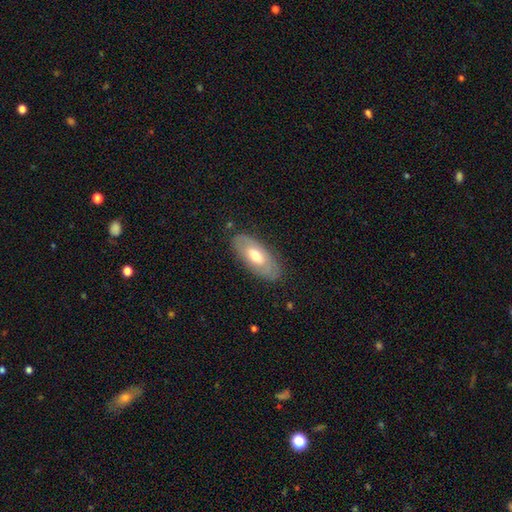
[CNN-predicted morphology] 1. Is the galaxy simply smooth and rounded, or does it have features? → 52% smooth, 42% featured or disk, 6% star or artifact.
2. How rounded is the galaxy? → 88% in between, 10% cigar-shaped, 3% round.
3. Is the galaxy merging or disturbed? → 82% none, 14% minor disturbance, 3% major disturbance, 1% merger.